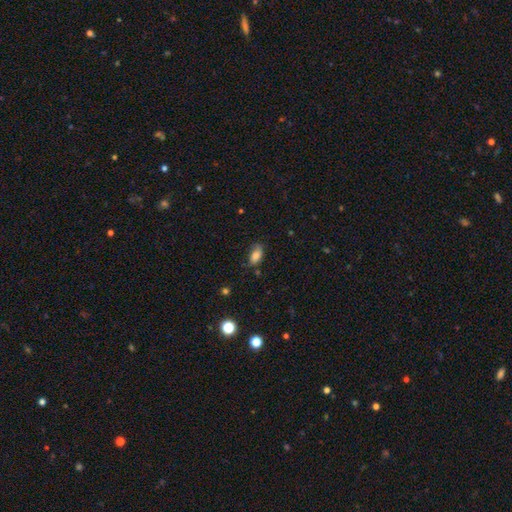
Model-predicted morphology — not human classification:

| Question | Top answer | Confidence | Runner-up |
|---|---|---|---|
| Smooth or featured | smooth | 79% | featured or disk (12%) |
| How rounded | in between | 90% | round (5%) |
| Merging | none | 57% | minor disturbance (31%) |